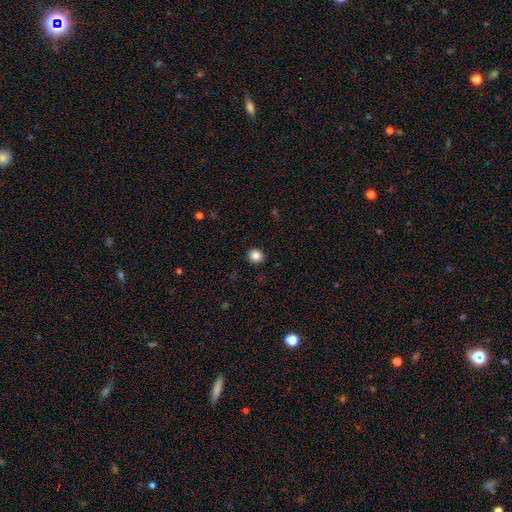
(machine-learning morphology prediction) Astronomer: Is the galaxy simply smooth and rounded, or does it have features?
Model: smooth — 86%.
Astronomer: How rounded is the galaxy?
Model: round — 76%.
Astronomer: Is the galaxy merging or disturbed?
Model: none — 91%.